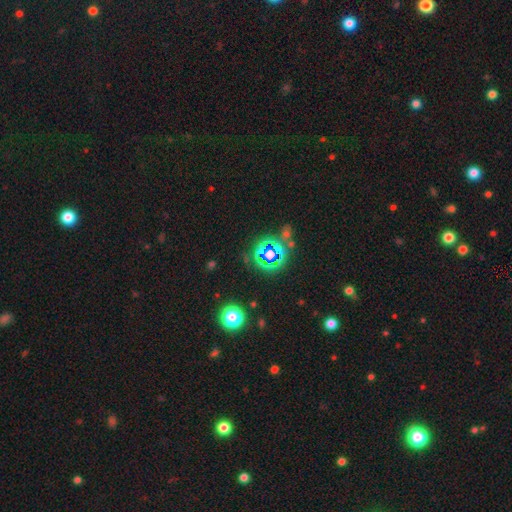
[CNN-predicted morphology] Q: Smooth or featured?
A: star or artifact (74%); runner-up: smooth (19%)